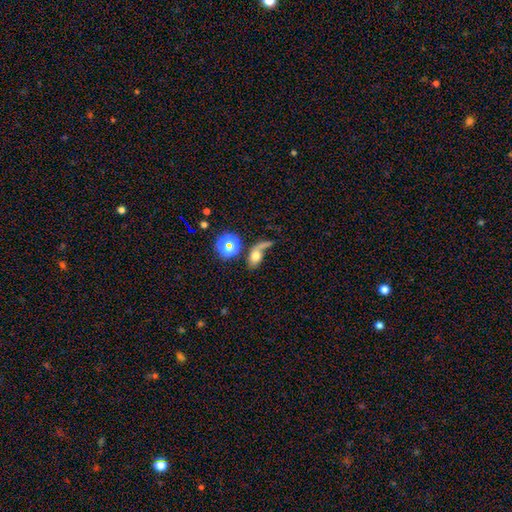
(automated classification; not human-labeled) Overall: smooth (59%; featured or disk 25%). How rounded: in between (64%; round 31%). Merging: major disturbance (31%; none 30%).